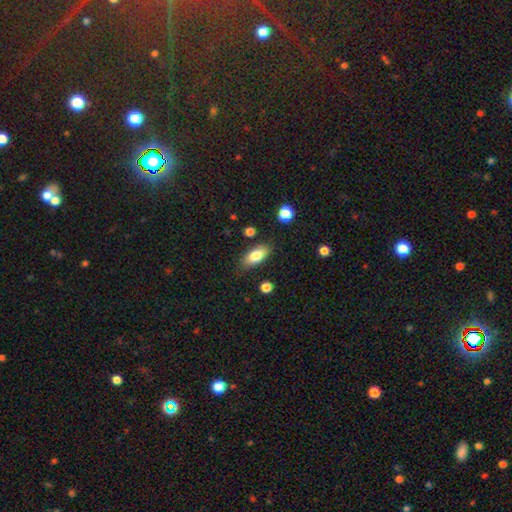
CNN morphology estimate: A smooth galaxy with no disk features (80%) that is in between round and cigar-shaped (85%).

Vote fractions:
- Smooth or featured? smooth: 80% / featured or disk: 13% / star or artifact: 7%
- How rounded? in between: 85% / cigar-shaped: 11% / round: 3%
- Merging? none: 80% / minor disturbance: 14% / major disturbance: 3% / merger: 3%